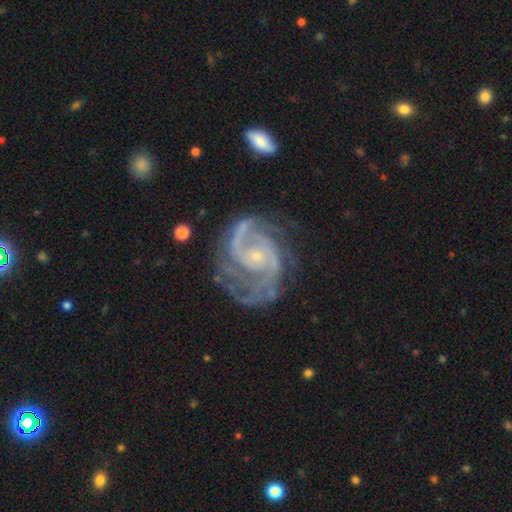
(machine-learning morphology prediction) Overall: featured or disk (92%). Edge-on disk: no (98%). Bar: no (63%; weak 29%). Spiral arms: yes (98%). Spiral arm count: 2 (64%). Spiral winding: medium (50%; tight 40%). Bulge size: small (81%). Merging: none (64%).